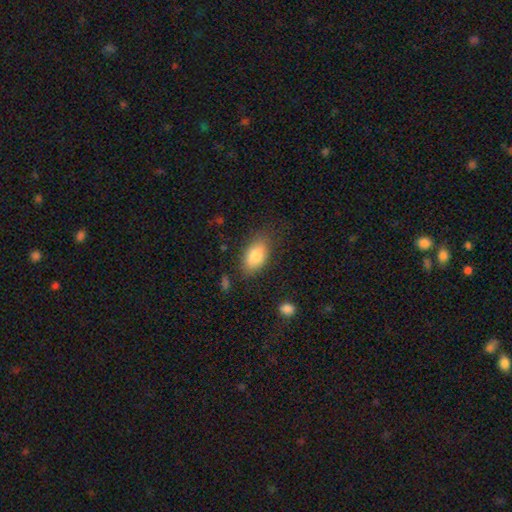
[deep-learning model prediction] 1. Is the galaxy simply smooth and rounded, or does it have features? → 81% smooth, 12% featured or disk, 7% star or artifact.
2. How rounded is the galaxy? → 91% in between, 6% round, 3% cigar-shaped.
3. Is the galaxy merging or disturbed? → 77% none, 16% minor disturbance, 5% major disturbance, 2% merger.